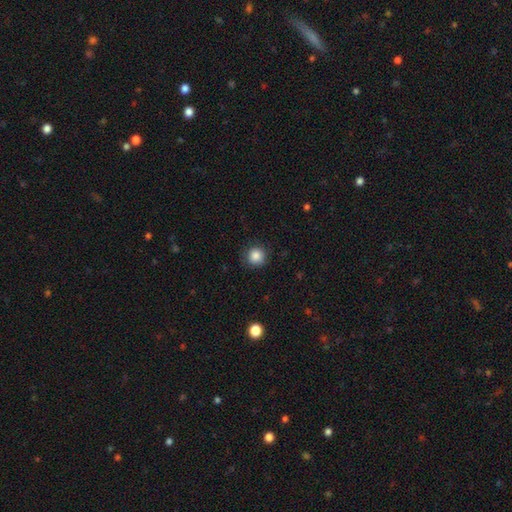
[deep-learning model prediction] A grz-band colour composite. It shows a smooth galaxy with no disk features (86%) that is round (93%). Merging: none (86%).